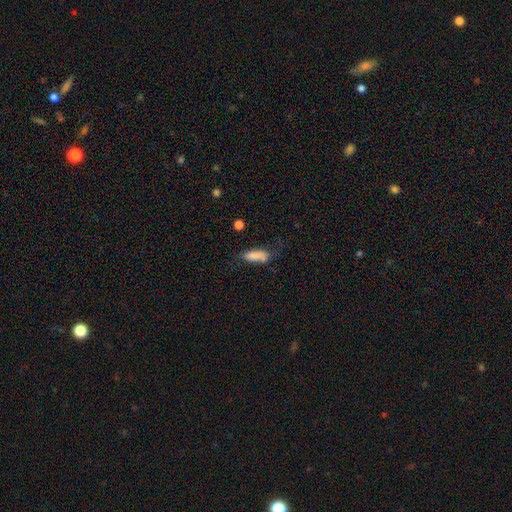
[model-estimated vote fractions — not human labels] smooth-or-featured: smooth: 82% | featured or disk: 10% | star or artifact: 8%
  how-rounded: in between: 65% | cigar-shaped: 32% | round: 3%
  merging: none: 50% | minor disturbance: 29% | major disturbance: 13% | merger: 8%